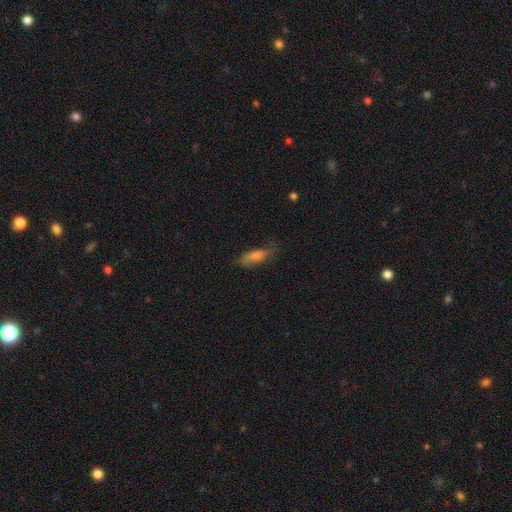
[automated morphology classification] Smooth or featured? smooth (57%)
How rounded? in between (62%)
Merging? none (62%)